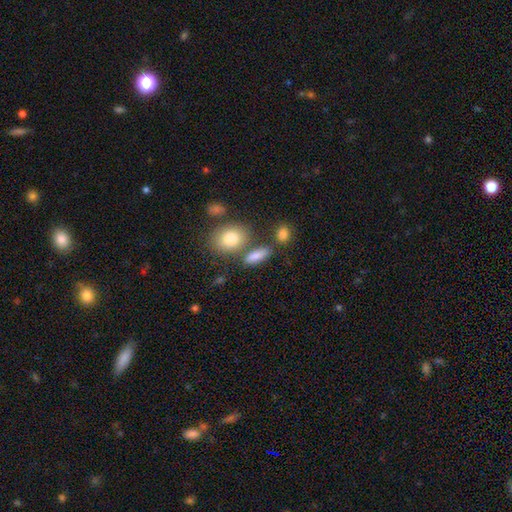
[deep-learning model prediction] A smooth galaxy with no disk features (82%) that is in between round and cigar-shaped (66%).

Vote fractions:
- Smooth or featured? smooth: 82% / star or artifact: 9% / featured or disk: 9%
- How rounded? in between: 66% / cigar-shaped: 22% / round: 11%
- Merging? none: 68% / merger: 14% / minor disturbance: 13% / major disturbance: 5%